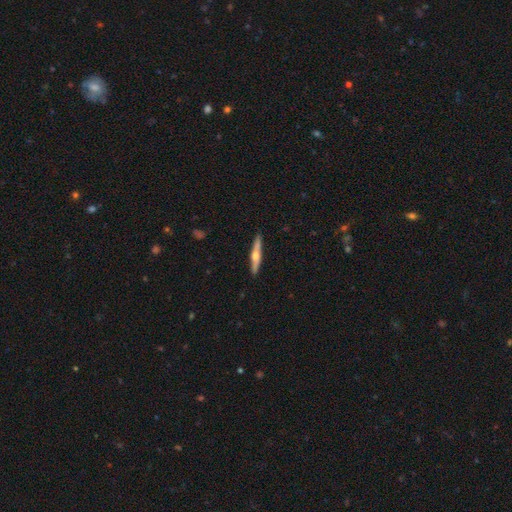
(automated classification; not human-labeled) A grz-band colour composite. It shows a featured or disk galaxy (58%) viewed edge-on (96%) with a rounded central bulge (89%). Merging: none (89%).